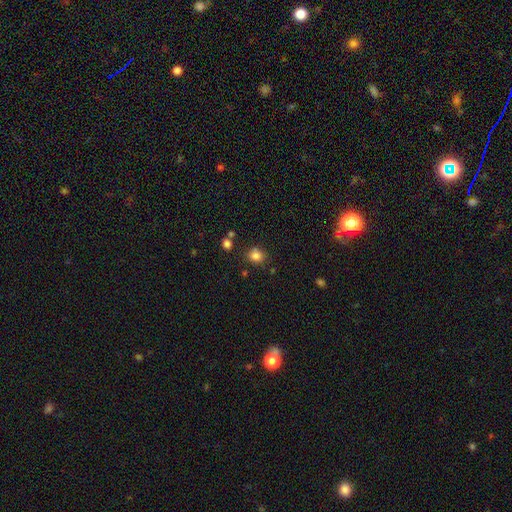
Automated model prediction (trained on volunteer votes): Smooth or featured? smooth (82%)
How rounded? round (71%)
Merging? none (77%)